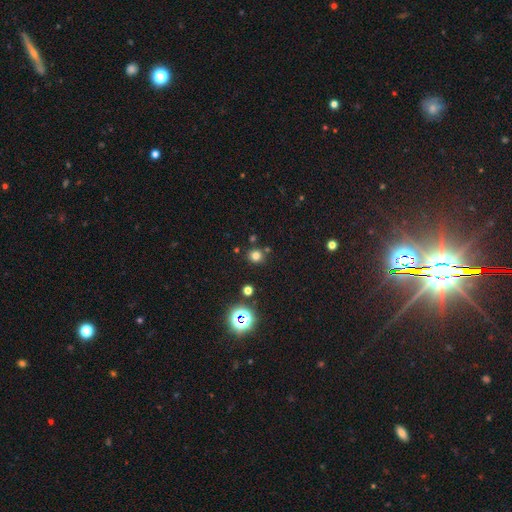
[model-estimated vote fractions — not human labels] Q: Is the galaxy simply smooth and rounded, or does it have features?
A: smooth — 73%.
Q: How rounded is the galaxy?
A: round — 87%.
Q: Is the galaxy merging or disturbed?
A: none — 82%.